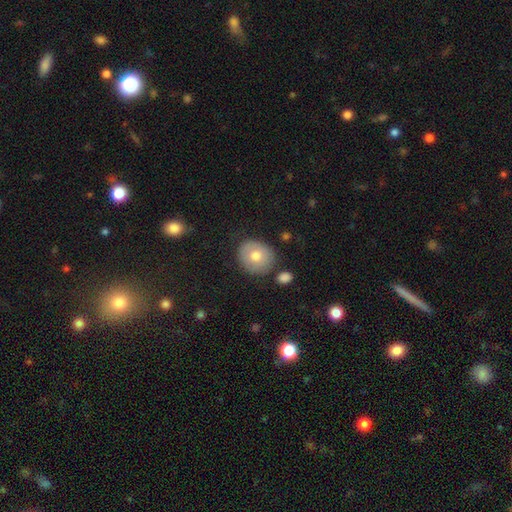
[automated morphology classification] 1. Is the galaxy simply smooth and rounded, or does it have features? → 71% smooth, 21% featured or disk, 8% star or artifact.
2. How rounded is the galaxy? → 77% round, 22% in between, 1% cigar-shaped.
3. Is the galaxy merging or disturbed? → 79% none, 14% minor disturbance, 4% merger, 4% major disturbance.